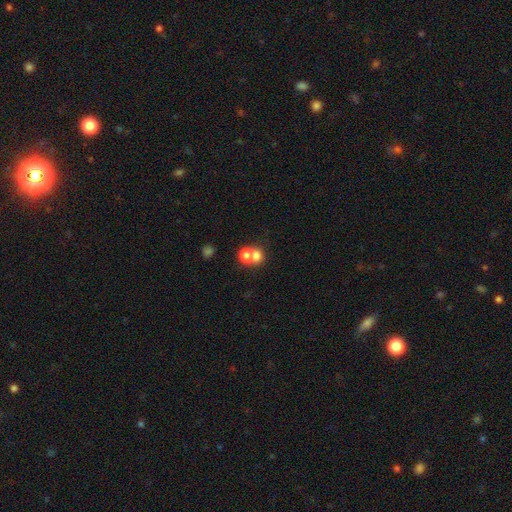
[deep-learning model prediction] Smooth or featured? smooth (73%)
How rounded? round (79%)
Merging? merger (56%)